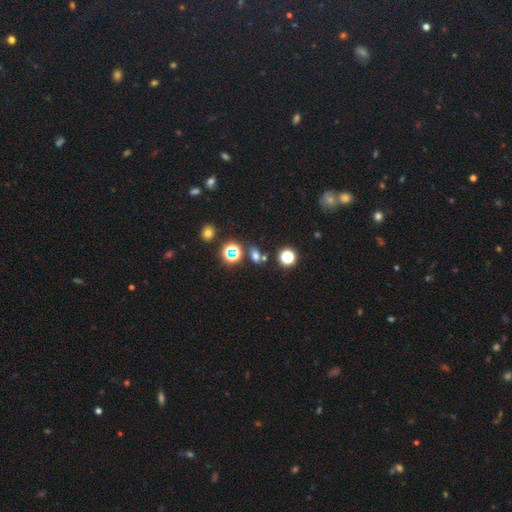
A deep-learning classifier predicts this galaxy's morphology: A smooth galaxy with no disk features (52%) that is in between round and cigar-shaped (52%). Merging: none (71%).